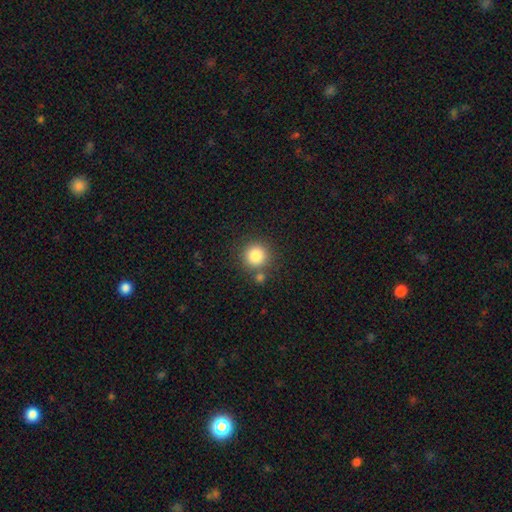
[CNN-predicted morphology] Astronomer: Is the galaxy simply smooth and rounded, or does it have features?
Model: smooth — 84%.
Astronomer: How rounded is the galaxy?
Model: round — 94%.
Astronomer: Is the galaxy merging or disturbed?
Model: none — 77%.